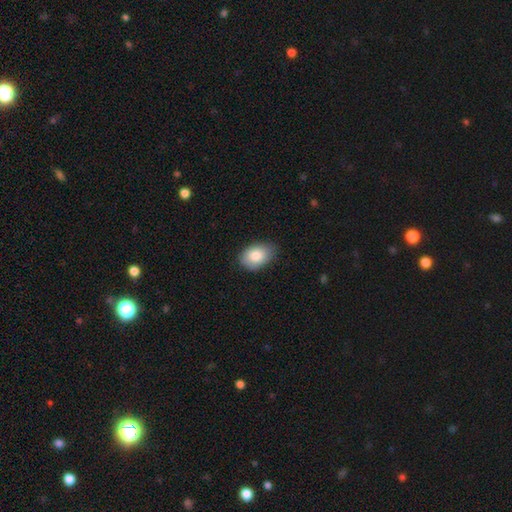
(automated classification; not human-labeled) Q: Smooth or featured?
A: smooth (84%); runner-up: featured or disk (9%)
Q: How rounded?
A: in between (83%); runner-up: round (16%)
Q: Merging?
A: none (76%); runner-up: minor disturbance (20%)